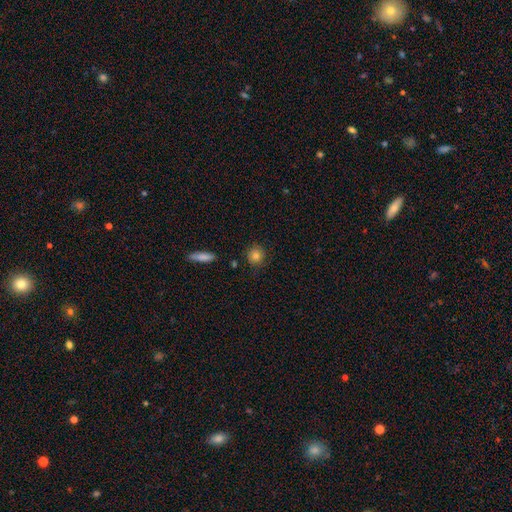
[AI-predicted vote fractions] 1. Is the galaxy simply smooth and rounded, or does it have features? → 81% smooth, 9% star or artifact, 9% featured or disk.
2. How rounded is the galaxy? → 88% round, 10% in between, 1% cigar-shaped.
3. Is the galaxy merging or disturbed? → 84% none, 11% minor disturbance, 3% merger, 2% major disturbance.